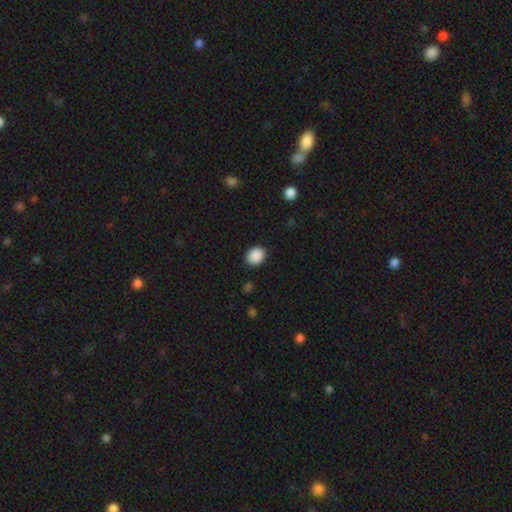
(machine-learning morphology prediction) smooth-or-featured: smooth: 89% | star or artifact: 8% | featured or disk: 2%
  how-rounded: round: 56% | in between: 43% | cigar-shaped: 1%
  merging: none: 89% | minor disturbance: 7% | major disturbance: 2% | merger: 1%